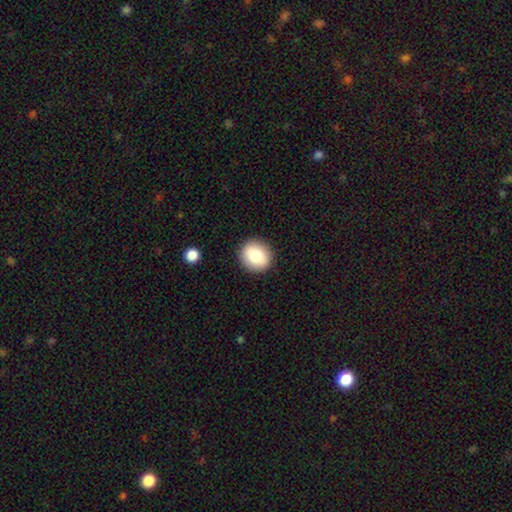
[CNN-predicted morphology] type=smooth (82%); roundness=round (83%); merging=none (91%).